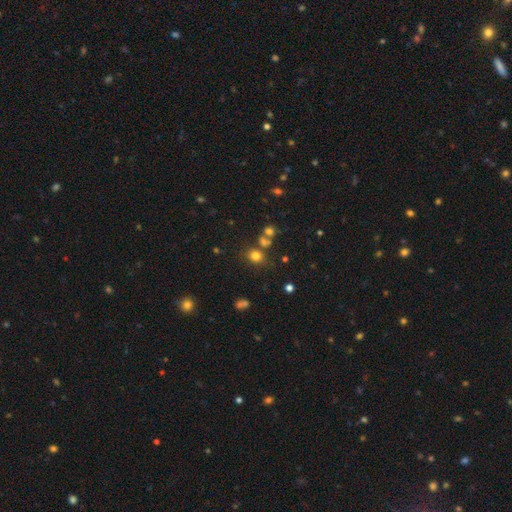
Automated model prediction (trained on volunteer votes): Q: Smooth or featured?
A: smooth (74%); runner-up: star or artifact (18%)
Q: How rounded?
A: round (68%); runner-up: in between (31%)
Q: Merging?
A: none (67%); runner-up: merger (16%)